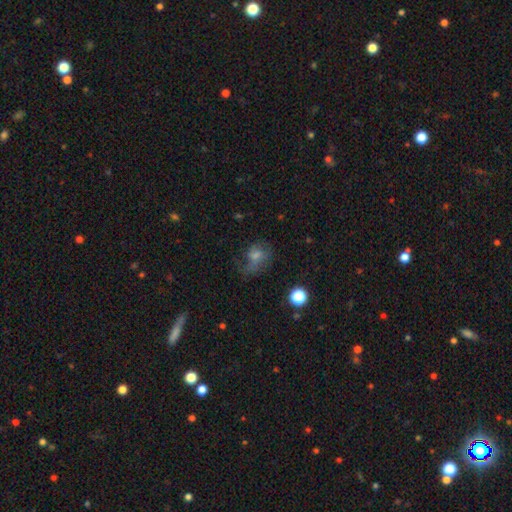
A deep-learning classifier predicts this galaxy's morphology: smooth-or-featured: smooth: 43% | featured or disk: 36% | star or artifact: 21%
  merging: none: 44% | major disturbance: 29% | minor disturbance: 23% | merger: 4%